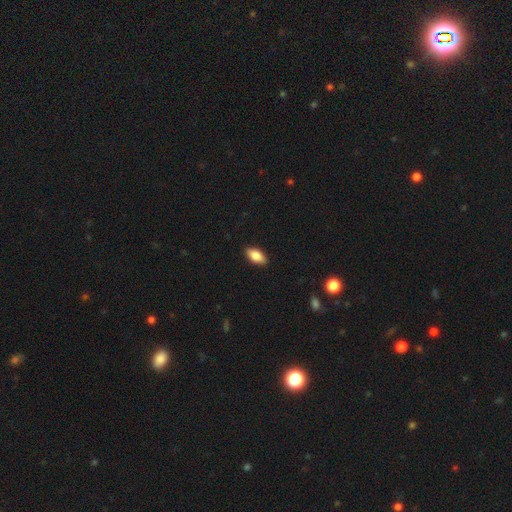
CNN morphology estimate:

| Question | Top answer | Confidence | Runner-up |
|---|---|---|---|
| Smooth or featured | smooth | 84% | featured or disk (10%) |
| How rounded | in between | 90% | cigar-shaped (8%) |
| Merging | none | 89% | minor disturbance (9%) |